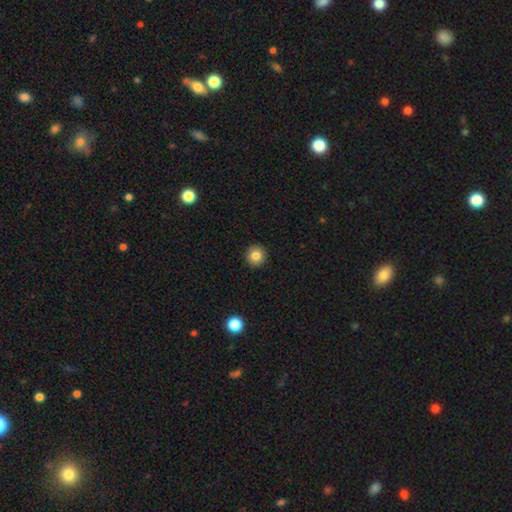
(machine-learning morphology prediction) Q: Smooth or featured?
A: smooth (83%); runner-up: star or artifact (10%)
Q: How rounded?
A: round (94%); runner-up: in between (5%)
Q: Merging?
A: none (92%); runner-up: minor disturbance (5%)